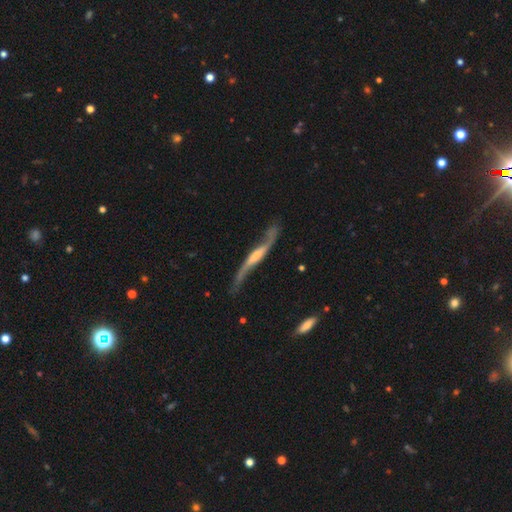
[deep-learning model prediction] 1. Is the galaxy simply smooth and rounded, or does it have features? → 85% featured or disk, 9% smooth, 6% star or artifact.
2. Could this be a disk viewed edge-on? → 50% no (tied), 50% yes (tied).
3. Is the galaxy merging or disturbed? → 64% none, 22% minor disturbance, 11% major disturbance, 3% merger.